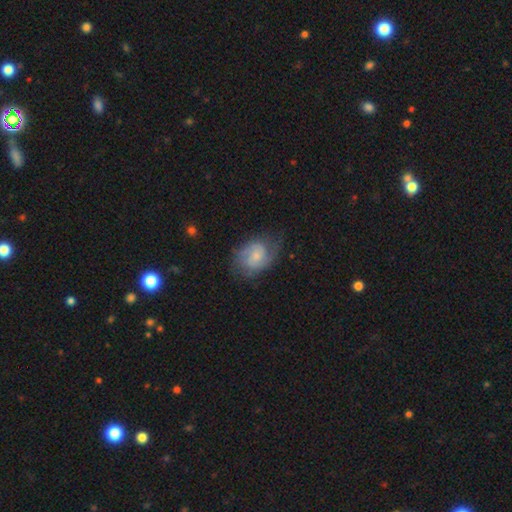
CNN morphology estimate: Overall: featured or disk (64%; smooth 29%). Edge-on disk: no (97%). Bar: no (58%; weak 37%). Spiral arms: yes (88%). Spiral arm count: 2 (68%). Spiral winding: medium (46%; tight 34%). Bulge size: small (53%; moderate 28%). Merging: none (59%; minor disturbance 25%).